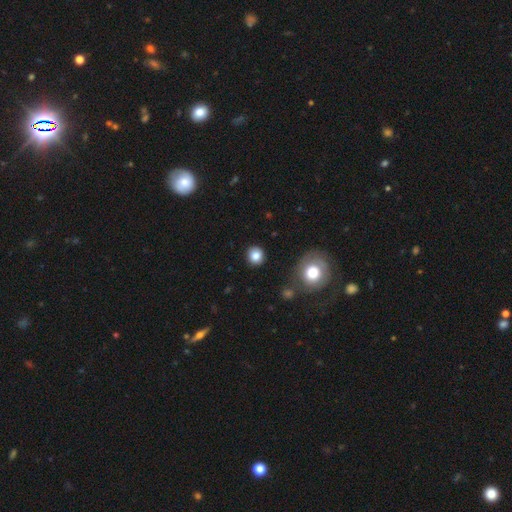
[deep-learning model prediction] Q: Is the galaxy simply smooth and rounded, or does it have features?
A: smooth — 84%.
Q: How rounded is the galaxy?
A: round — 89%.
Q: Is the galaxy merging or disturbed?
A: none — 90%.